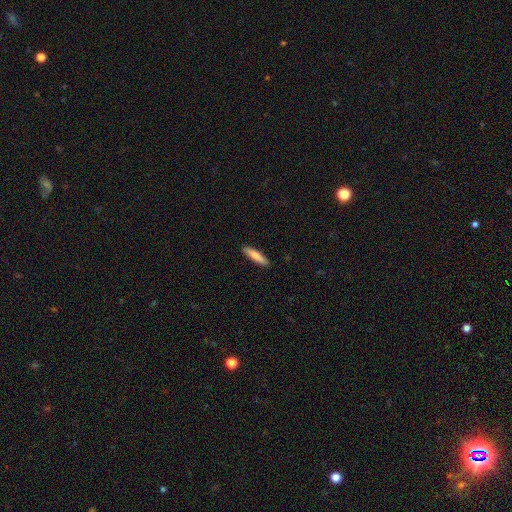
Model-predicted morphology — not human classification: Overall: smooth (82%). How rounded: cigar-shaped (84%). Merging: none (90%).